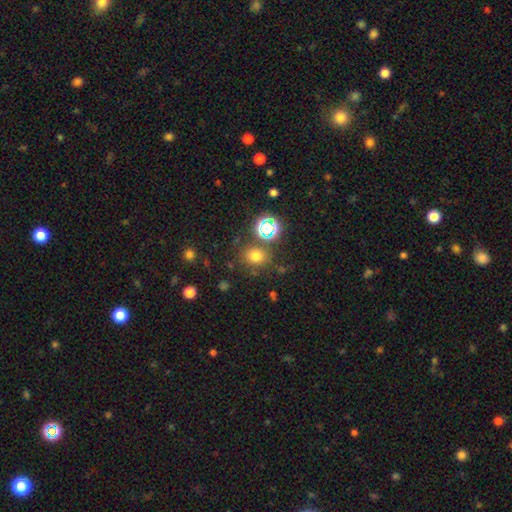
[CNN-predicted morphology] A smooth galaxy with no disk features (68%) that is round (74%).

Vote fractions:
- Smooth or featured? smooth: 68% / star or artifact: 25% / featured or disk: 8%
- How rounded? round: 74% / in between: 25% / cigar-shaped: 1%
- Merging? none: 76% / minor disturbance: 11% / merger: 8% / major disturbance: 5%